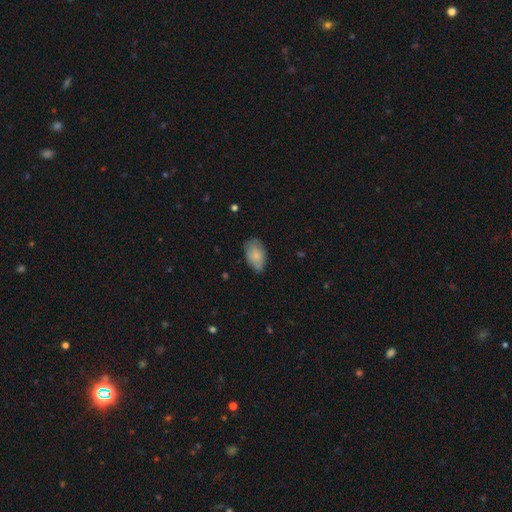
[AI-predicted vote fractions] Smooth or featured? smooth (79%)
How rounded? in between (92%)
Merging? none (67%)